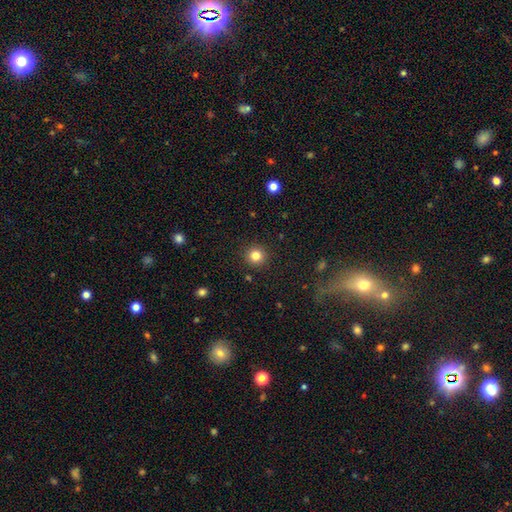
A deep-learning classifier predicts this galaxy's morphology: smooth-or-featured: smooth: 82% | star or artifact: 12% | featured or disk: 6%
  how-rounded: round: 95% | in between: 4% | cigar-shaped: 1%
  merging: none: 91% | minor disturbance: 5% | major disturbance: 2% | merger: 1%